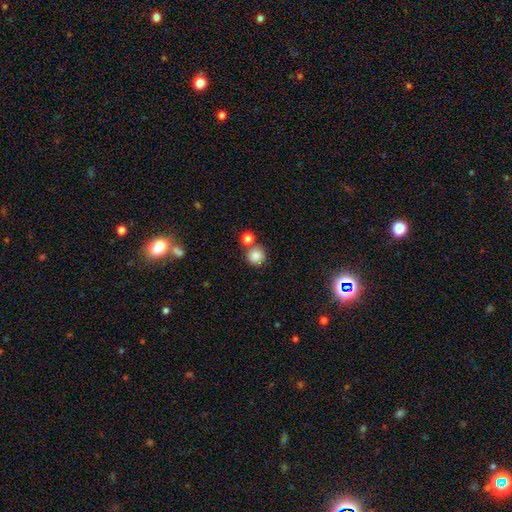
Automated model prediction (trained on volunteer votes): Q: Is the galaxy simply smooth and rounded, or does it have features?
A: smooth — 84%.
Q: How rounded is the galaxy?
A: round — 93%.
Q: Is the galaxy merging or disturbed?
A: none — 70%.